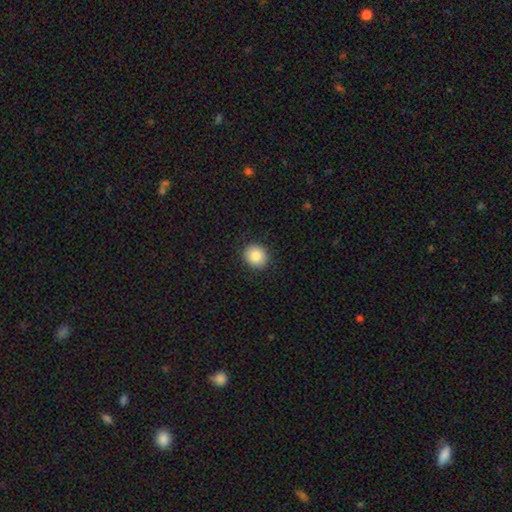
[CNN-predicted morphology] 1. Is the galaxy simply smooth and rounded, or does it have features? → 85% smooth, 8% star or artifact, 7% featured or disk.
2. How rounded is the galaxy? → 77% round, 22% in between, 1% cigar-shaped.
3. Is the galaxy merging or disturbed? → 91% none, 7% minor disturbance, 2% major disturbance, 1% merger.